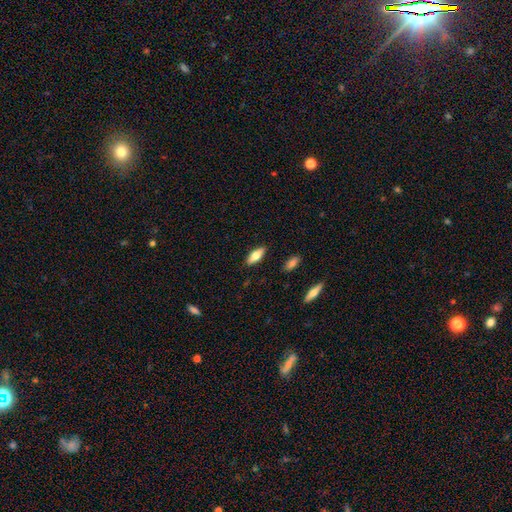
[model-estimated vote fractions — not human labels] Smooth or featured? Predicted: smooth (p=0.70). How rounded? Predicted: in between (p=0.73). Merging? Predicted: none (p=0.87).